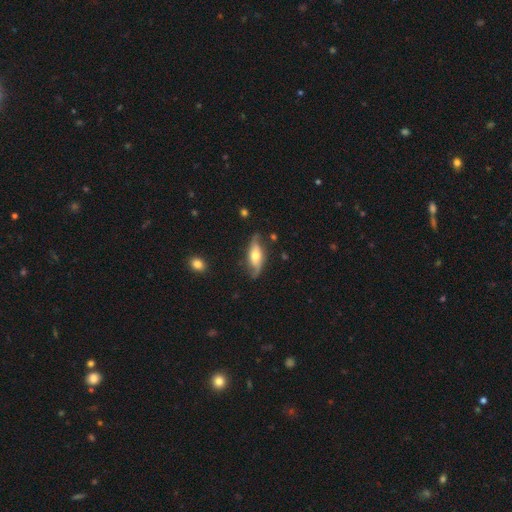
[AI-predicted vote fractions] A featured or disk galaxy (57%). Merging: none (70%).